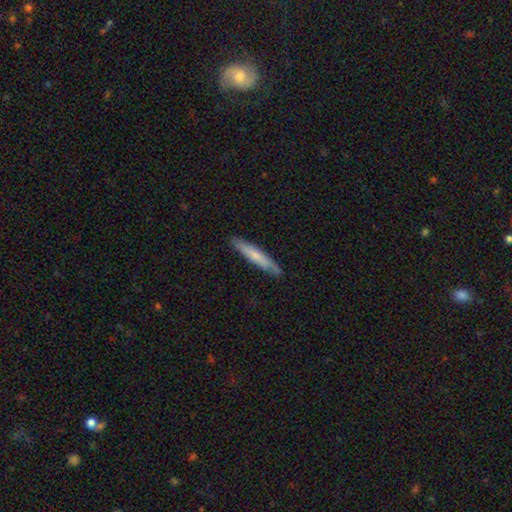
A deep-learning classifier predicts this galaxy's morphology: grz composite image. It shows a smooth galaxy with no disk features (64%) that is cigar-shaped (93%). Merging: none (86%).